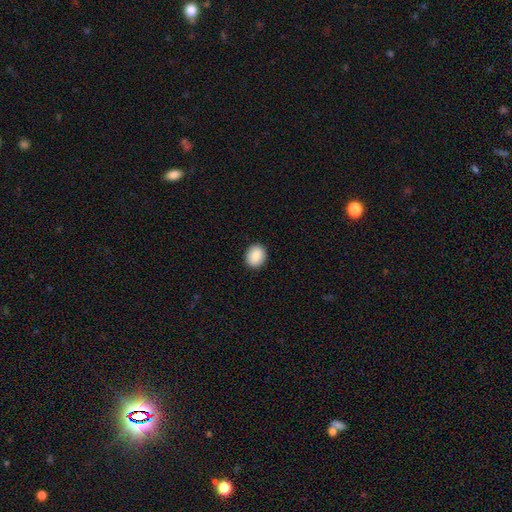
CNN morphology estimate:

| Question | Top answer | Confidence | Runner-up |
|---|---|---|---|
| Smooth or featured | smooth | 85% | star or artifact (7%) |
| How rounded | round | 60% | in between (39%) |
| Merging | none | 91% | minor disturbance (7%) |